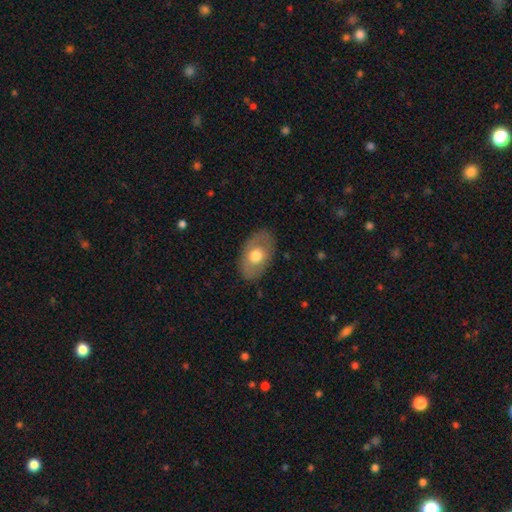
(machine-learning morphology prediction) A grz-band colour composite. It shows a smooth galaxy with no disk features (58%) that is in between round and cigar-shaped (88%). Merging: none (81%).